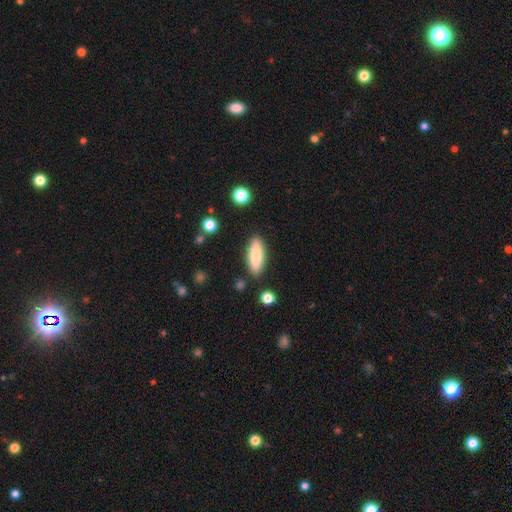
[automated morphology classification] Smooth or featured? smooth (80%)
How rounded? in between (62%)
Merging? none (85%)